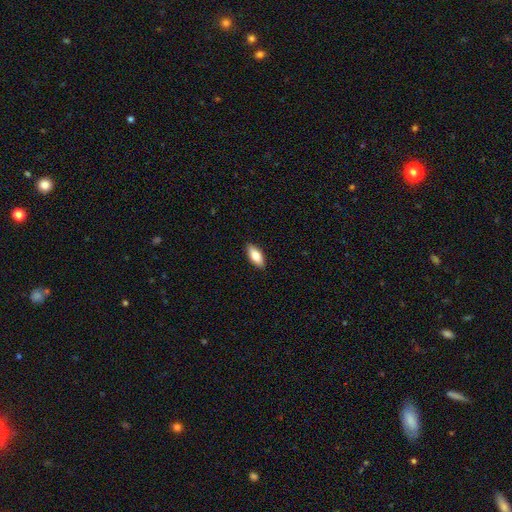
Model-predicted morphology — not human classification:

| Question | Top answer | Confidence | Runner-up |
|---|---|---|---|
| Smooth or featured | smooth | 82% | featured or disk (12%) |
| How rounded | in between | 86% | cigar-shaped (12%) |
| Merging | none | 89% | minor disturbance (8%) |